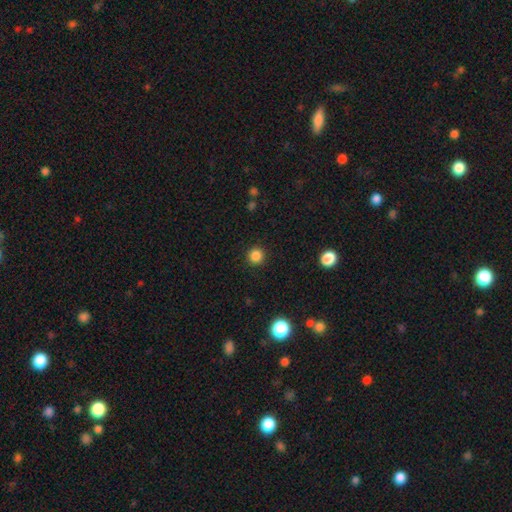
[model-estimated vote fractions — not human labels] Smooth or featured?
  - smooth: 85% *
  - star or artifact: 12%
  - featured or disk: 3%
How rounded?
  - round: 95% *
  - in between: 4%
  - cigar-shaped: 1%
Merging?
  - none: 92% *
  - minor disturbance: 5%
  - major disturbance: 2%
  - merger: 1%